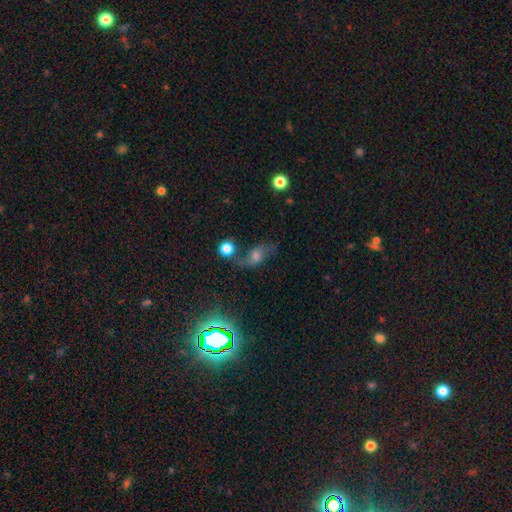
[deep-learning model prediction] A featured or disk galaxy (47%).

Vote fractions:
- Smooth or featured? featured or disk: 47% / smooth: 30% / star or artifact: 23%
- Merging? none: 57% / minor disturbance: 19% / major disturbance: 14% / merger: 10%